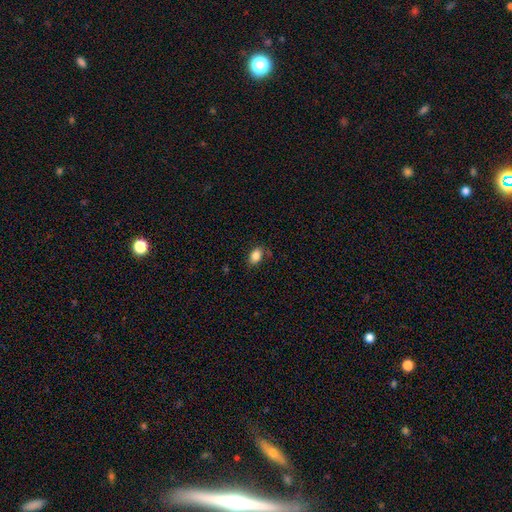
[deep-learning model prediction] smooth_or_featured: smooth (p=0.85) [alt: star or artifact p=0.09]
how_rounded: in between (p=0.82) [alt: round p=0.17]
merging: none (p=0.80) [alt: minor disturbance p=0.14]